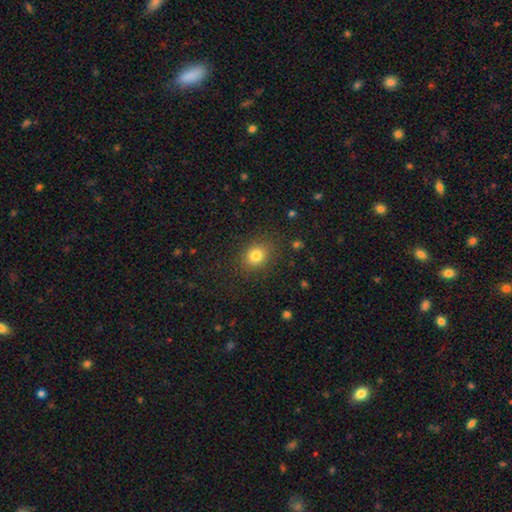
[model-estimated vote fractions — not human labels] Smooth or featured? smooth (82%)
How rounded? round (64%)
Merging? none (85%)